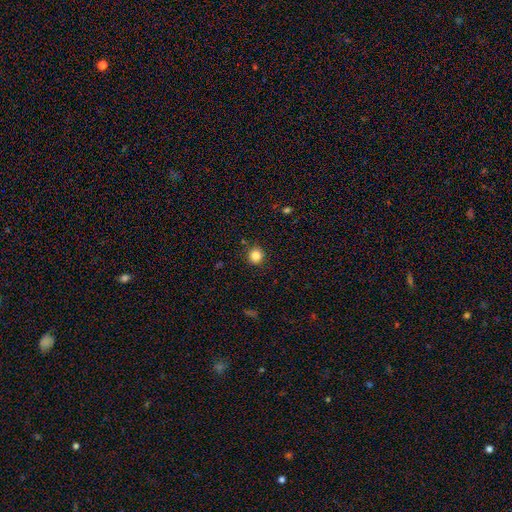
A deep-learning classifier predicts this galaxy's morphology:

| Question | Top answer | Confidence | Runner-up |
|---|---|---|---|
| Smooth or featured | smooth | 84% | star or artifact (11%) |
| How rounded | round | 92% | in between (7%) |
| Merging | none | 89% | minor disturbance (7%) |